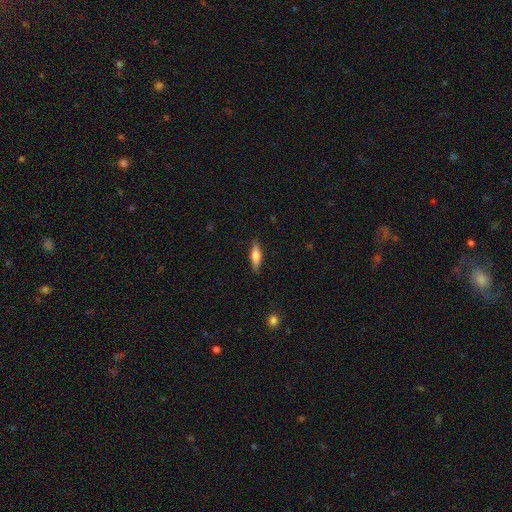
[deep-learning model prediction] The model was most divided on "how rounded": cigar-shaped: 53%, in between: 45%, round: 2%. More confident: merging — none (86%); smooth or featured — smooth (70%).